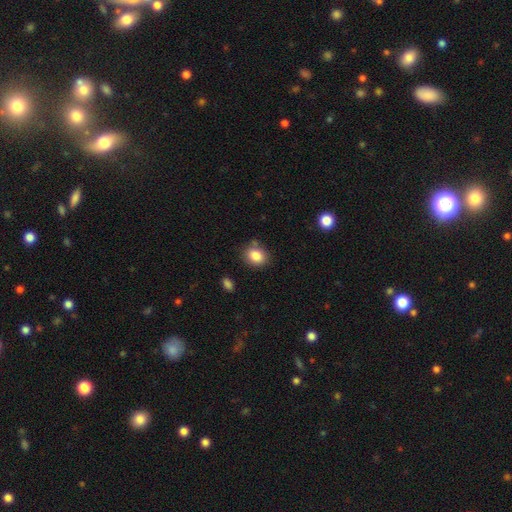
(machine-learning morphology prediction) type=smooth (84%); roundness=round (54%); merging=none (78%).